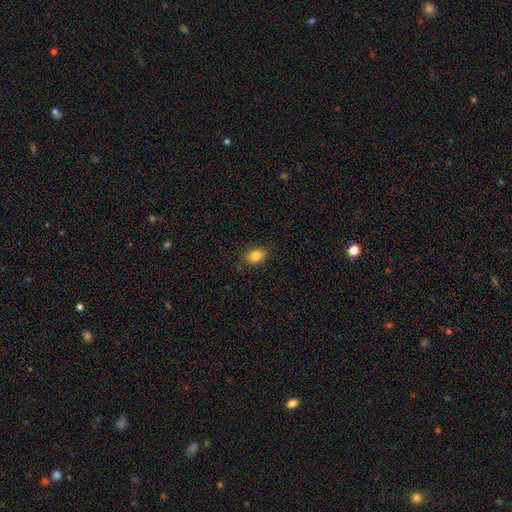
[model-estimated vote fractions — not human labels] Morphology: type=smooth (83%); roundness=in between (74%); merging=none (84%).